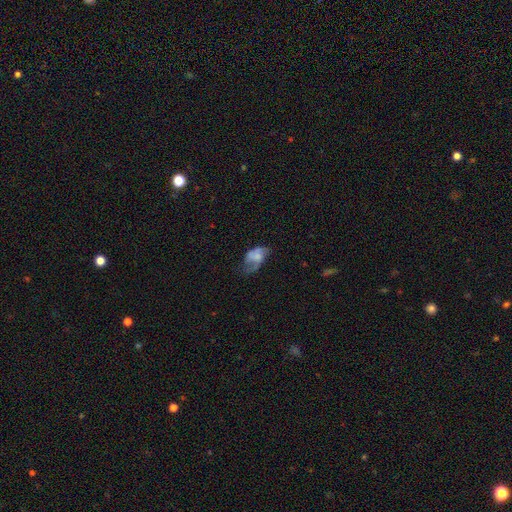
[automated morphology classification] Smooth or featured?
  - featured or disk: 53% *
  - smooth: 38%
  - star or artifact: 9%
Edge-on disk?
  - no: 96% *
  - yes: 4%
Bar?
  - no: 70% *
  - weak: 25%
  - strong: 5%
Spiral arms?
  - yes: 66% *
  - no: 34%
Bulge size?
  - small: 34% *
  - none: 33%
  - moderate: 24%
  - large: 7%
  - dominant: 2%
Merging?
  - major disturbance: 38% *
  - none: 31%
  - minor disturbance: 26%
  - merger: 5%